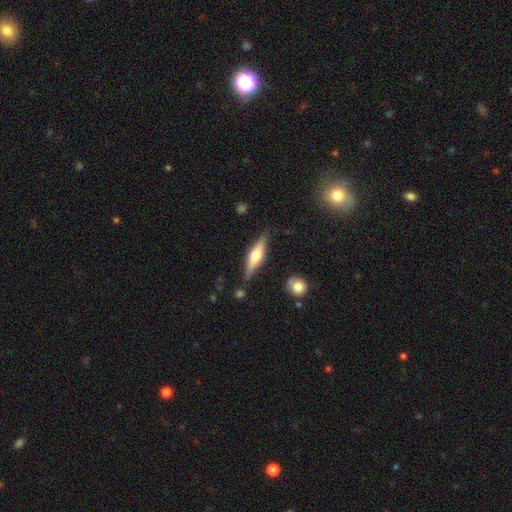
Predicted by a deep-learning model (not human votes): smooth_or_featured: featured or disk (p=0.61) [alt: smooth p=0.33]
disk_edge_on: yes (p=0.95) [alt: no p=0.05]
edge_on_bulge: rounded (p=0.91) [alt: boxy p=0.06]
merging: none (p=0.82) [alt: minor disturbance p=0.12]